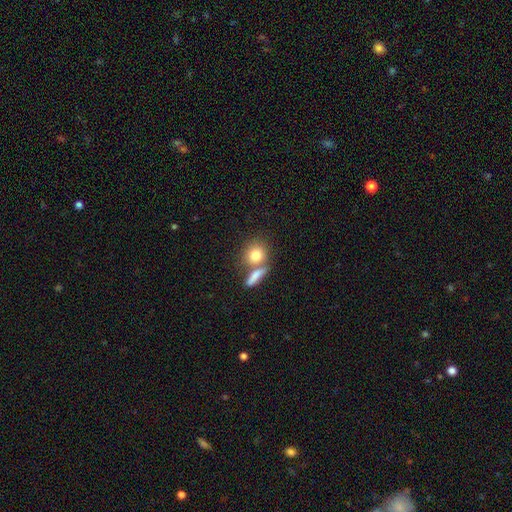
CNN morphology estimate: A smooth galaxy with no disk features (79%) that is round (69%). Merging: none (51%).